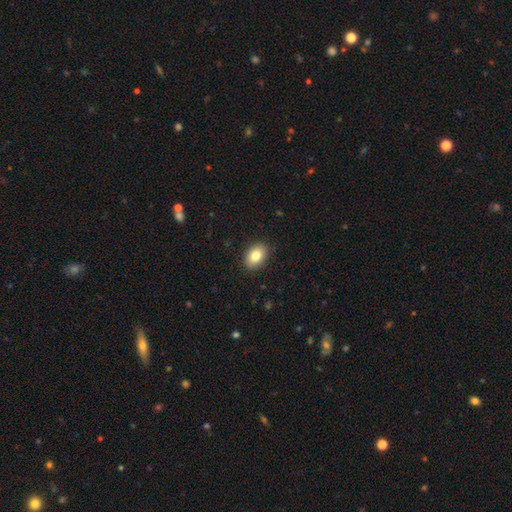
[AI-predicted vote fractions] A smooth galaxy with no disk features (84%) that is in between round and cigar-shaped (80%). Merging: none (88%).